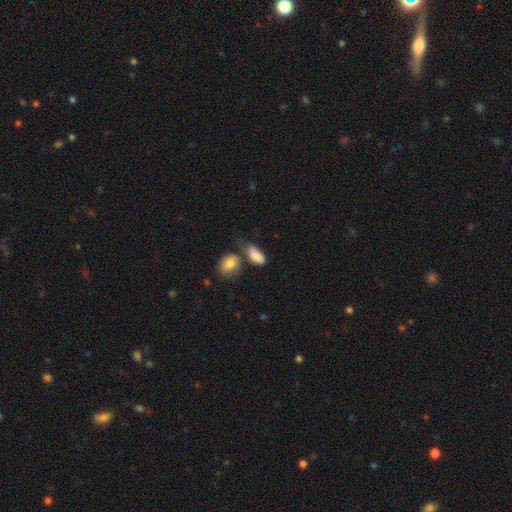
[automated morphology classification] The model was most divided on "merging": none: 35%, merger: 31%, minor disturbance: 23%, major disturbance: 12%. More confident: how rounded — in between (86%); smooth or featured — smooth (83%).